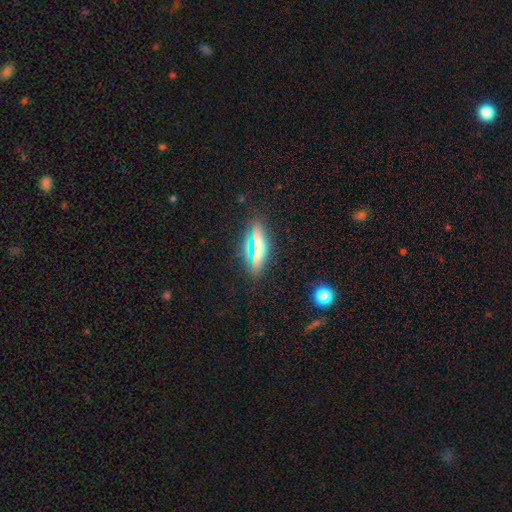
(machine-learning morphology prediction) smooth 60%, featured or disk 24%, star or artifact 16%. Down the decision tree: how rounded — in between (68%); merging — none (83%).